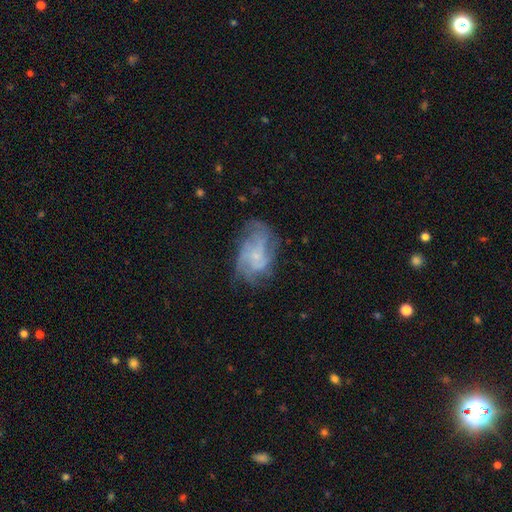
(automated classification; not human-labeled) featured or disk 73%, smooth 18%, star or artifact 9%. Down the decision tree: edge-on disk — no (97%); bar — no (70%); spiral arms — yes (86%); spiral arm count — can't tell (34%); spiral winding — medium (44%); bulge size — small (67%); merging — none (58%).